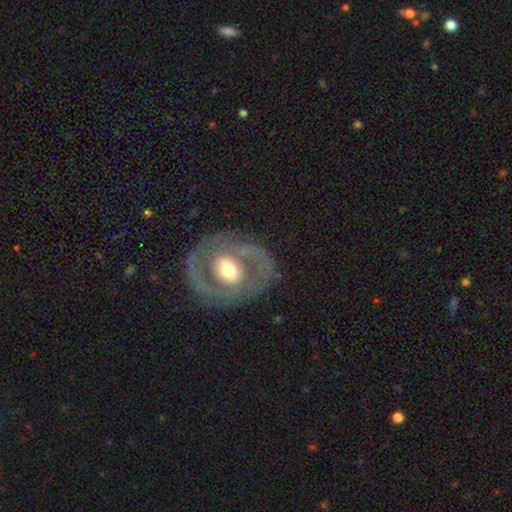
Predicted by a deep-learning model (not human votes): smooth-or-featured: featured or disk: 79% | smooth: 14% | star or artifact: 6%
  disk-edge-on: no: 96% | yes: 4%
    bar: no: 46% | weak: 33% | strong: 20%
    has-spiral-arms: yes: 72% | no: 28%
      spiral-winding: medium: 45% | tight: 40% | loose: 15%
      spiral-arm-count: 2: 83% | can't tell: 8% | 1: 5% | 3: 2% | 4: 1% | more than 4: 1%
    bulge-size: moderate: 67% | large: 19% | small: 11% | dominant: 2% | none: 1%
  merging: none: 81% | minor disturbance: 12% | major disturbance: 6% | merger: 1%